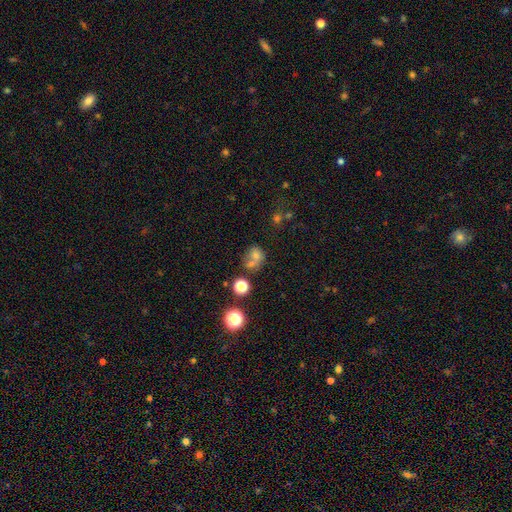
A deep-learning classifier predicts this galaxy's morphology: A smooth galaxy with no disk features (65%) that is round (65%).

Vote fractions:
- Smooth or featured? smooth: 65% / star or artifact: 19% / featured or disk: 16%
- How rounded? round: 65% / in between: 34% / cigar-shaped: 1%
- Merging? merger: 47% / none: 35% / minor disturbance: 11% / major disturbance: 7%